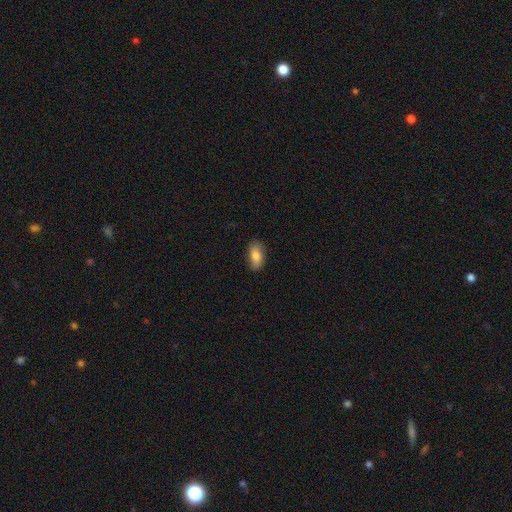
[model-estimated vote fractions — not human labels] A smooth galaxy with no disk features (78%) that is in between round and cigar-shaped (89%). Merging: none (80%).